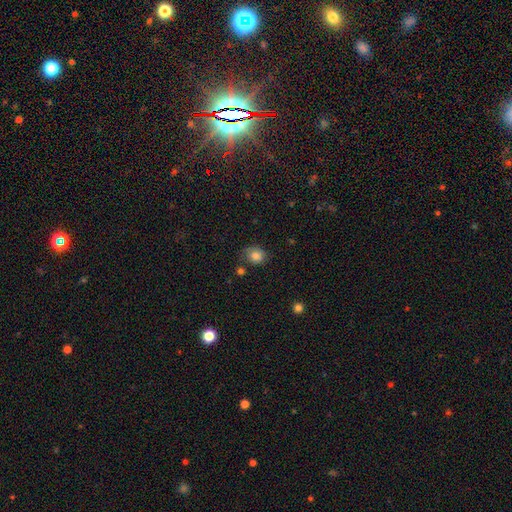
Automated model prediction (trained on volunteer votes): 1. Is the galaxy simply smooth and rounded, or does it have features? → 82% smooth, 10% star or artifact, 8% featured or disk.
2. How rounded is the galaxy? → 65% round, 35% in between, 1% cigar-shaped.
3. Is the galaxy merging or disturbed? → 64% none, 24% minor disturbance, 7% major disturbance, 5% merger.